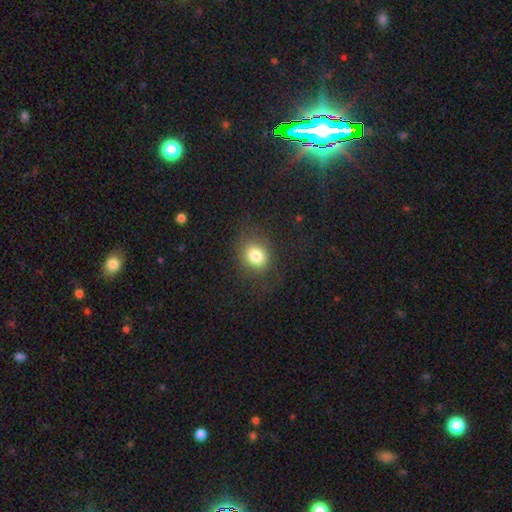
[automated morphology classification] This is clearly a smooth galaxy (80%). How rounded: likely round (63%). Merging: likely none (78%).